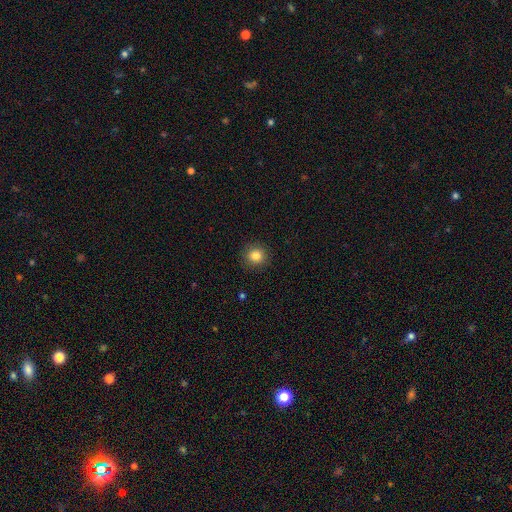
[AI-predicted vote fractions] Overall: smooth (84%). How rounded: round (91%). Merging: none (91%).